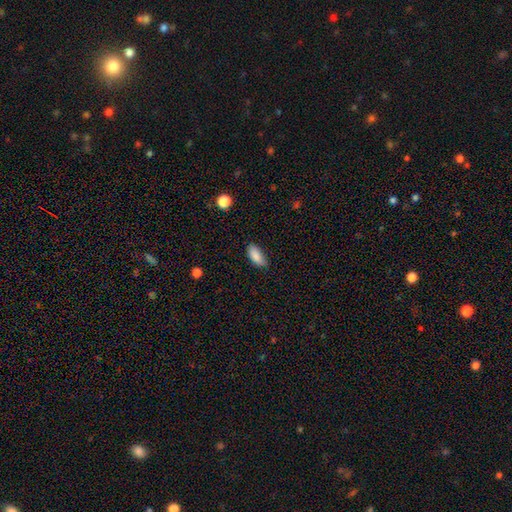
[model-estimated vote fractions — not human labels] Overall: smooth (87%). How rounded: in between (86%). Merging: none (72%).